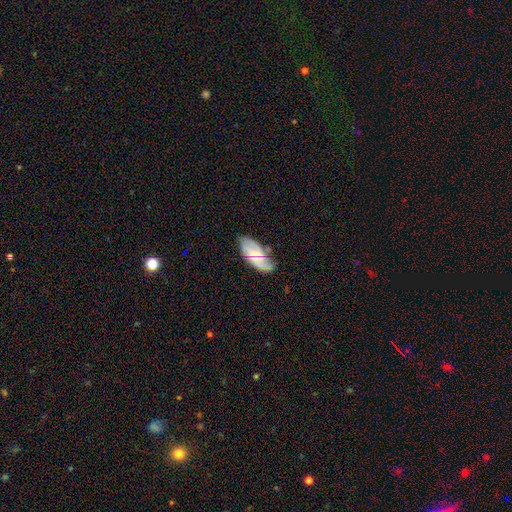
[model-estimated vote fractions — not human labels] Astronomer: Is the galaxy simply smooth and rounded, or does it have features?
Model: featured or disk — 63%.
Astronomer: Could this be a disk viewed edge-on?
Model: no — 93%.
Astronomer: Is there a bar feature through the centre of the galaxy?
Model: no — 44% (runner-up: weak, 43%).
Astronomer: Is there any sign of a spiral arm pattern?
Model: yes — 86%.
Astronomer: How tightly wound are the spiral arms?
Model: medium — 43% (runner-up: tight, 31%).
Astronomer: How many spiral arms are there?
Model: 2 — 54%.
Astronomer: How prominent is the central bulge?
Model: small — 59%.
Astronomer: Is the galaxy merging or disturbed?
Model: none — 63%.